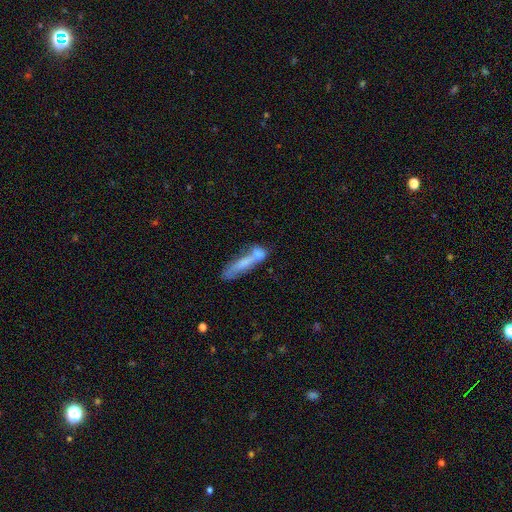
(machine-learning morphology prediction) A smooth galaxy with no disk features (64%) that is cigar-shaped (67%). Merging: merger (47%).